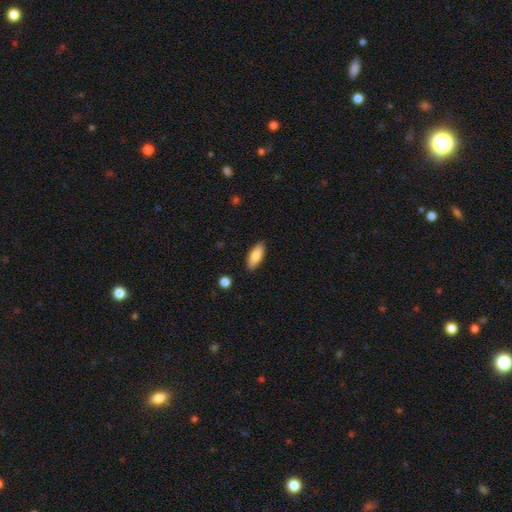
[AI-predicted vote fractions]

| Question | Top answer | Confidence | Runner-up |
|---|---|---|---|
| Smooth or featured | smooth | 84% | featured or disk (10%) |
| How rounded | in between | 74% | cigar-shaped (24%) |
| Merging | none | 88% | minor disturbance (9%) |